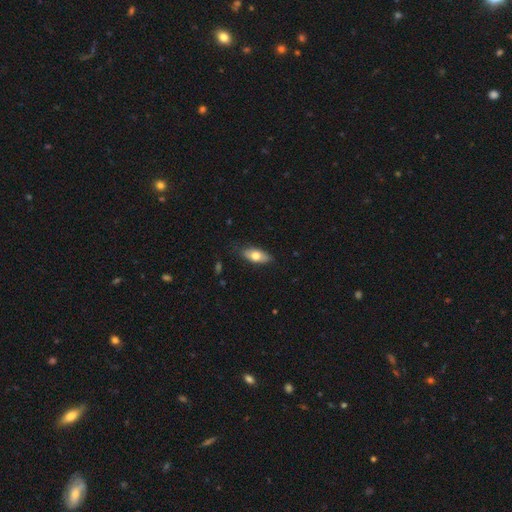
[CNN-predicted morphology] Smooth or featured? smooth (69%)
How rounded? in between (85%)
Merging? none (80%)